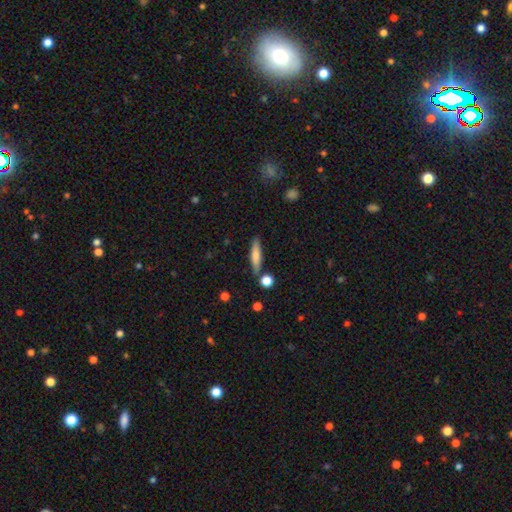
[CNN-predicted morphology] type=smooth (72%); roundness=cigar-shaped (84%); merging=none (82%).